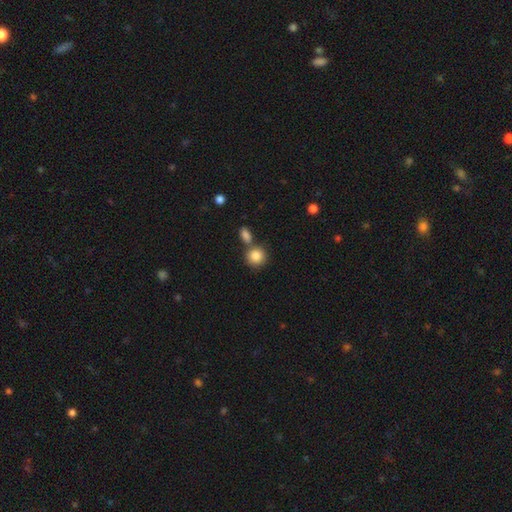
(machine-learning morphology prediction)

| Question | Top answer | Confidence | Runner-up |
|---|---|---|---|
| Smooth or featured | smooth | 85% | star or artifact (9%) |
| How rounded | round | 86% | in between (13%) |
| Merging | none | 63% | merger (25%) |